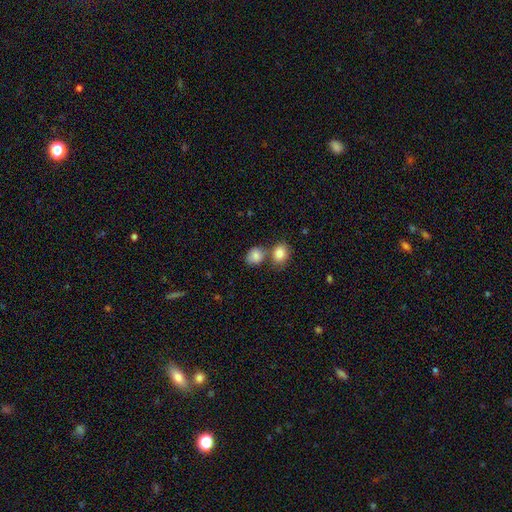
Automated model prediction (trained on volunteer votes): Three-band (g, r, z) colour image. It shows a smooth galaxy with no disk features (85%) that is round (56%). Merging: none (52%).